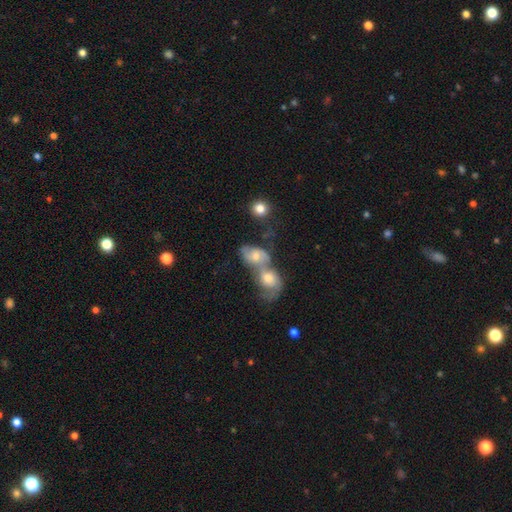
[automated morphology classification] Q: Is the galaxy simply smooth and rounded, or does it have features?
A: smooth — 47%.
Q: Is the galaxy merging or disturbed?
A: merger — 75%.